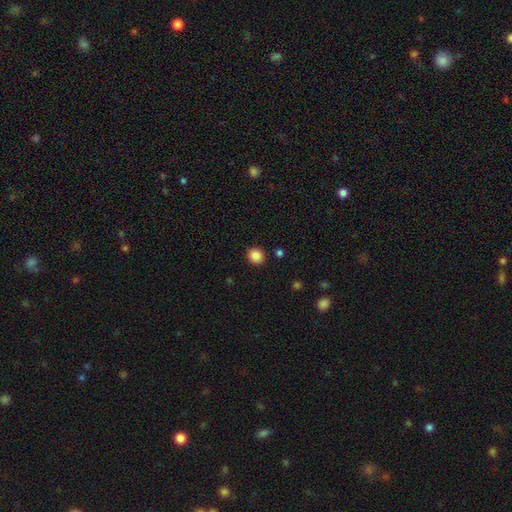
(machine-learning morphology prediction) smooth_or_featured: smooth (p=0.86) [alt: star or artifact p=0.10]
how_rounded: round (p=0.89) [alt: in between p=0.10]
merging: none (p=0.91) [alt: minor disturbance p=0.05]